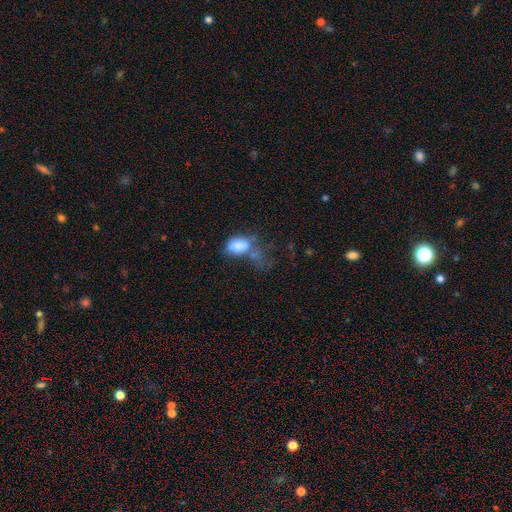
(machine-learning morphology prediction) Smooth or featured?
  - smooth: 65% *
  - featured or disk: 20%
  - star or artifact: 15%
How rounded?
  - in between: 81% *
  - round: 16%
  - cigar-shaped: 3%
Merging?
  - major disturbance: 34% *
  - merger: 30%
  - none: 20%
  - minor disturbance: 15%